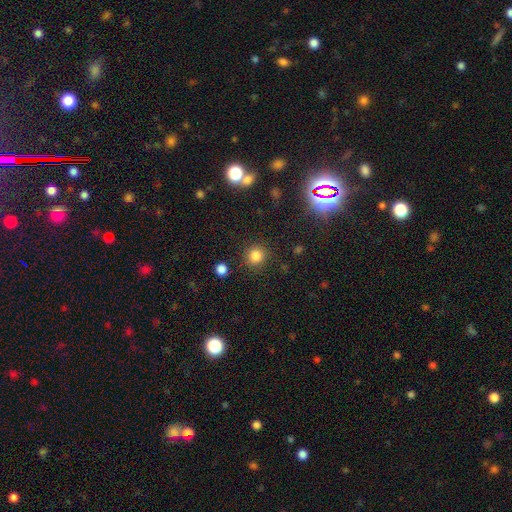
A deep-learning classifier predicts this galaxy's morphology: A smooth galaxy with no disk features (82%) that is round (92%). Merging: none (88%).